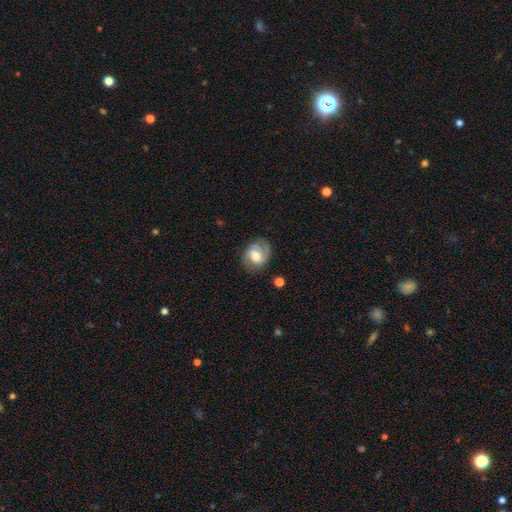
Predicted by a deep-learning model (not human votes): A featured or disk galaxy (59%) with a weak bar (47%), spiral arms (83%) and a moderate central bulge (61%). Merging: none (65%).